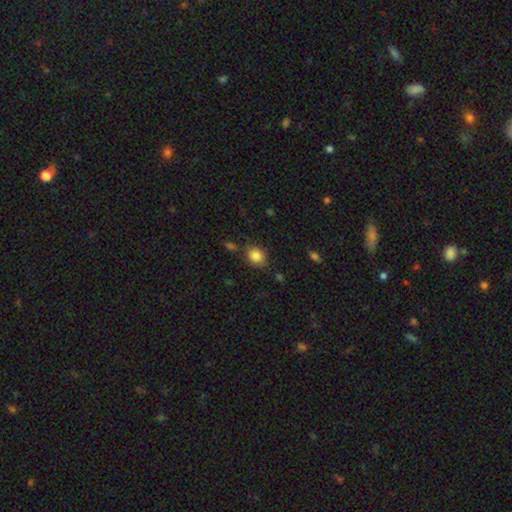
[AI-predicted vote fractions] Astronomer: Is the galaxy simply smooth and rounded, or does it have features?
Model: smooth — 85%.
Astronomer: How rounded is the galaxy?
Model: round — 57% (runner-up: in between, 41%).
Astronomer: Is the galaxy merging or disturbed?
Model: none — 77%.